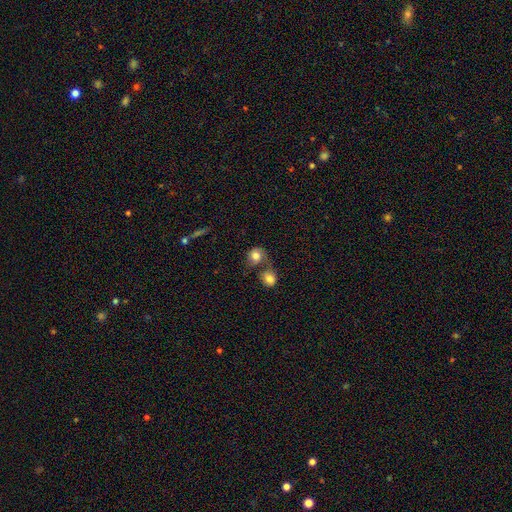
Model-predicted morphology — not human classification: type=smooth (70%); roundness=round (70%); merging=merger (60%).